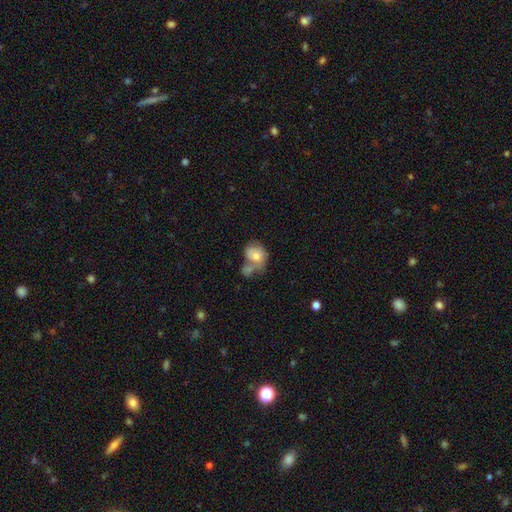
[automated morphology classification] Smooth or featured? Predicted: smooth (p=0.65). How rounded? Predicted: round (p=0.52). Merging? Predicted: merger (p=0.45).